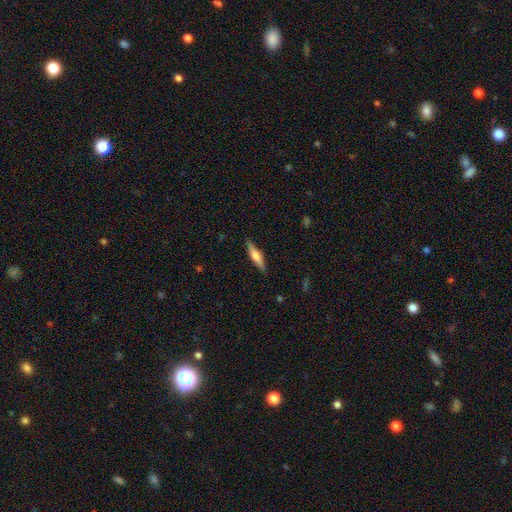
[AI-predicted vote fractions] Morphology: type=featured or disk (56%); edge-on=yes (96%); edge-on bulge=rounded (85%); merging=none (90%).